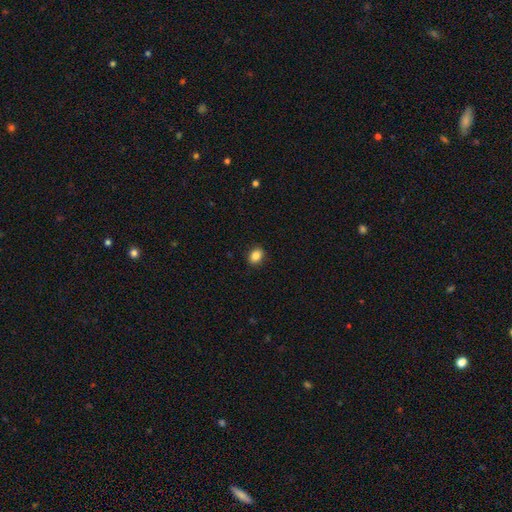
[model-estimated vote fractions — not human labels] Morphology: type=smooth (86%); roundness=in between (63%); merging=none (90%).